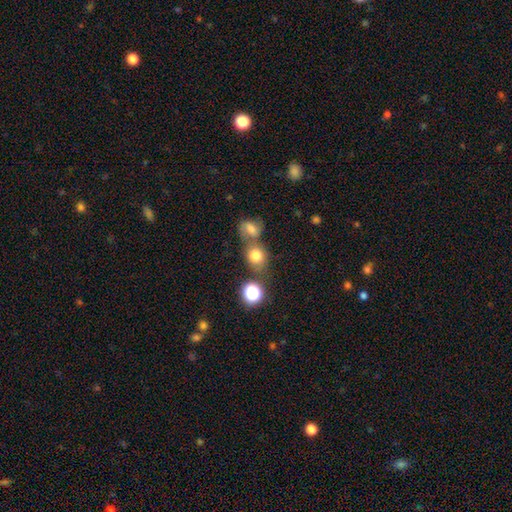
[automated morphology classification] This is likely a smooth galaxy (75%). How rounded: likely round (63%). Merging: possibly none (47%).